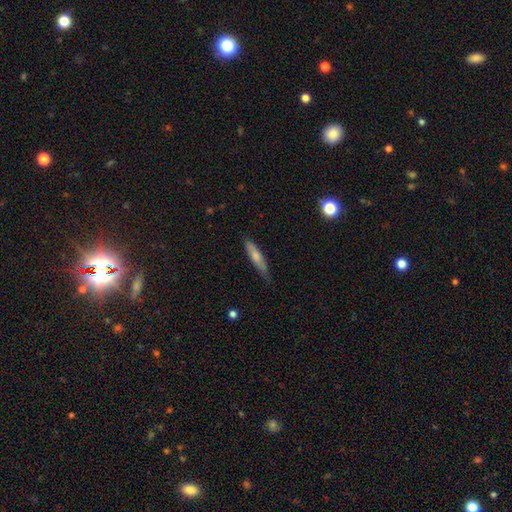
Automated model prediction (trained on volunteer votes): Smooth or featured: smooth — 70% (featured or disk — 25%)
How rounded: cigar-shaped — 82% (in between — 16%)
Merging: none — 66% (minor disturbance — 28%)